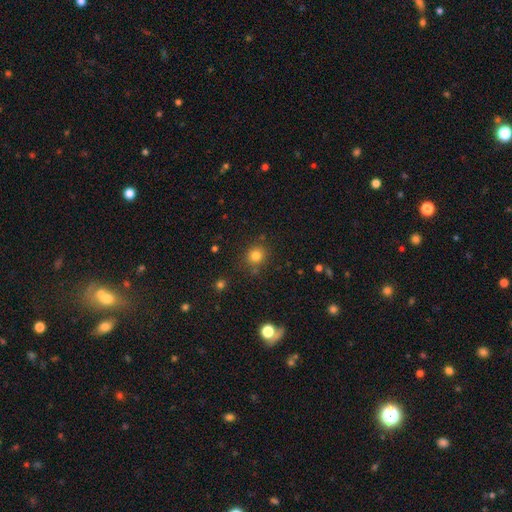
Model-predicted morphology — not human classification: Overall: smooth (81%). How rounded: round (84%). Merging: none (81%).